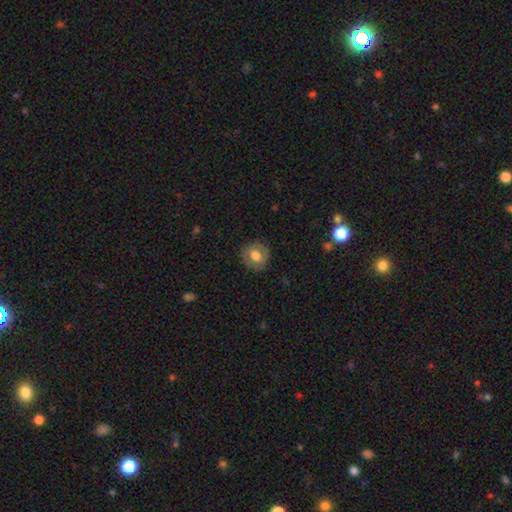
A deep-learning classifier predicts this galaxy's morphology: Smooth or featured?
  - smooth: 70% *
  - featured or disk: 22%
  - star or artifact: 9%
How rounded?
  - round: 81% *
  - in between: 18%
  - cigar-shaped: 1%
Merging?
  - none: 83% *
  - minor disturbance: 12%
  - major disturbance: 4%
  - merger: 1%